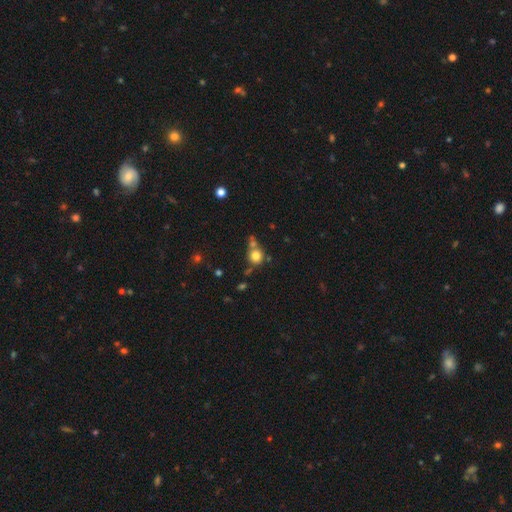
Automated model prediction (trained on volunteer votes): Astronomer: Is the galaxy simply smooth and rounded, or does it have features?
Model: smooth — 77%.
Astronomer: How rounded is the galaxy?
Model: round — 88%.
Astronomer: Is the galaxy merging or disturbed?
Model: none — 52% (runner-up: merger, 30%).